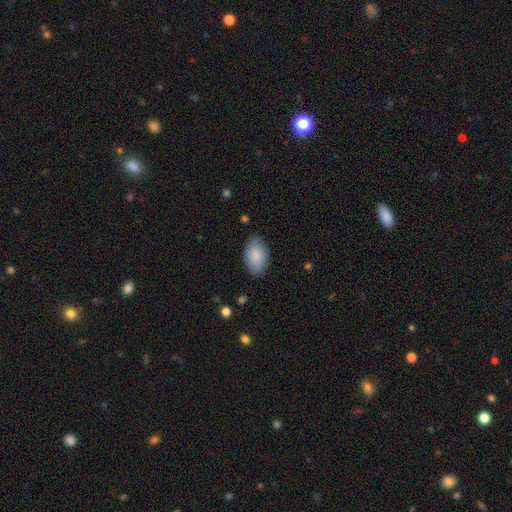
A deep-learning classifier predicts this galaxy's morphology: type=smooth (86%); roundness=in between (94%); merging=none (81%).